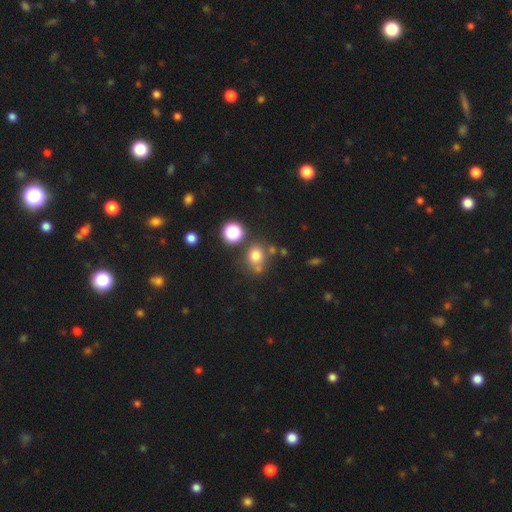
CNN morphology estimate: Smooth or featured: smooth — 74% (star or artifact — 17%)
How rounded: round — 70% (in between — 29%)
Merging: none — 63% (merger — 16%)